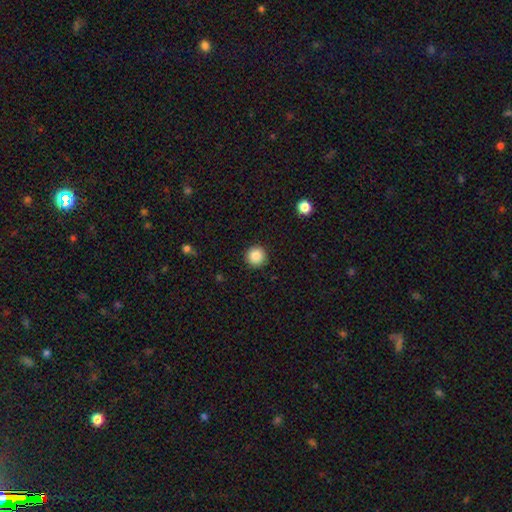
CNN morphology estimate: The model was most divided on "smooth or featured": smooth: 87%, star or artifact: 9%, featured or disk: 4%. More confident: how rounded — round (96%); merging — none (92%).